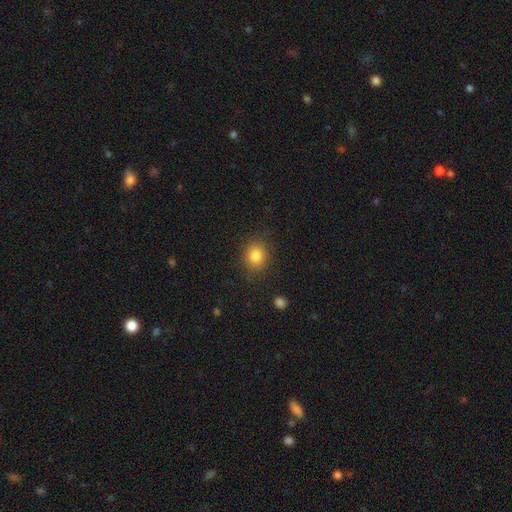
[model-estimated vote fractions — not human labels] smooth-or-featured: smooth: 83% | star or artifact: 10% | featured or disk: 7%
  how-rounded: round: 72% | in between: 27% | cigar-shaped: 1%
  merging: none: 85% | minor disturbance: 10% | major disturbance: 3% | merger: 1%